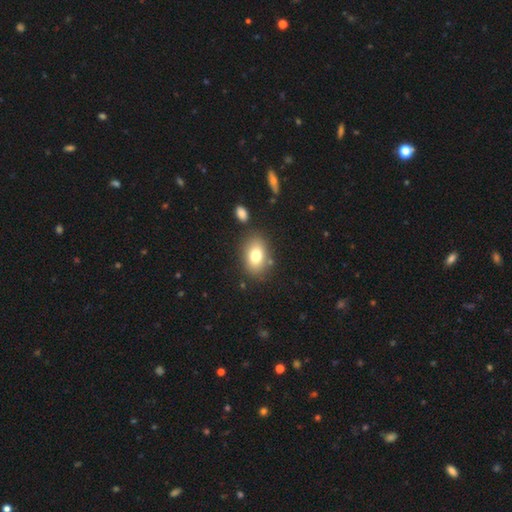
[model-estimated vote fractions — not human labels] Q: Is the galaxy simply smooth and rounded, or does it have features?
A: smooth — 77%.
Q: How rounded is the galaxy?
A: in between — 83%.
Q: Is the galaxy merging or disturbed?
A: none — 79%.